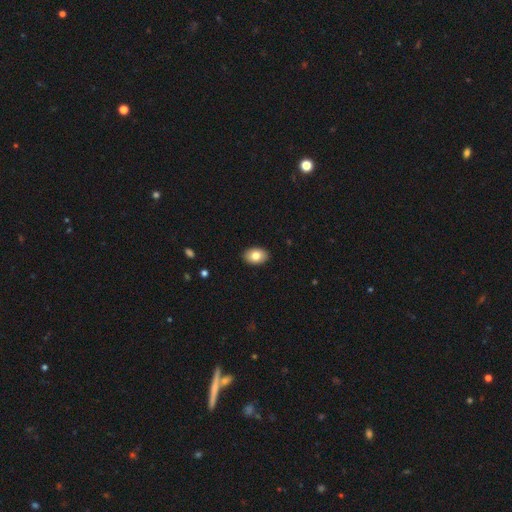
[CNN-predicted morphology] type=smooth (82%); roundness=in between (84%); merging=none (90%).